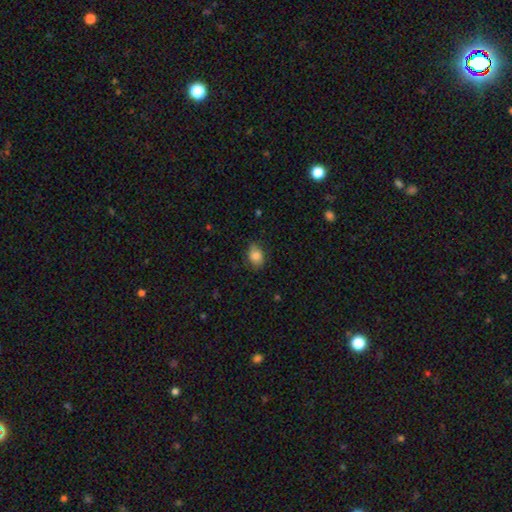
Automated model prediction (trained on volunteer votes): smooth 82%, featured or disk 9%, star or artifact 8%. Down the decision tree: how rounded — in between (69%); merging — none (70%).